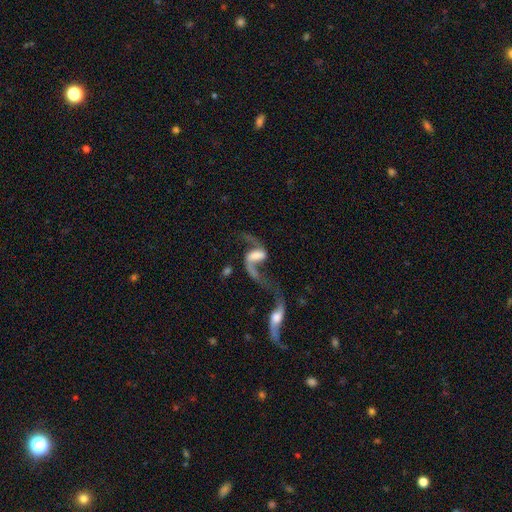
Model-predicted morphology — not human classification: A featured or disk galaxy (82%) with a weak bar (41%), 2 (85%) loose (87%) spiral arms (91%) and no central bulge (27%). Merging: merger (44%).